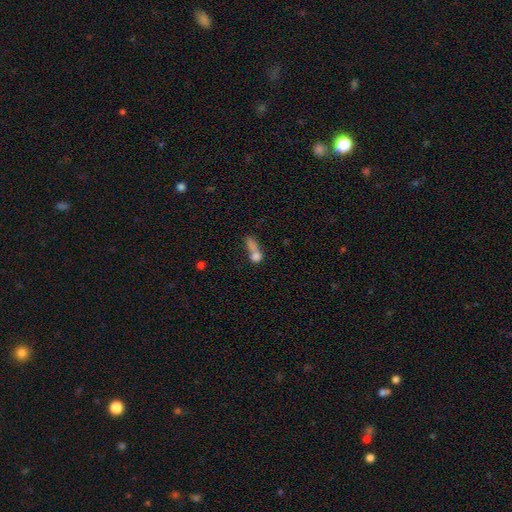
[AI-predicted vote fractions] Smooth or featured: smooth — 66% (featured or disk — 19%)
How rounded: in between — 46% (round — 34%)
Merging: merger — 56% (none — 26%)